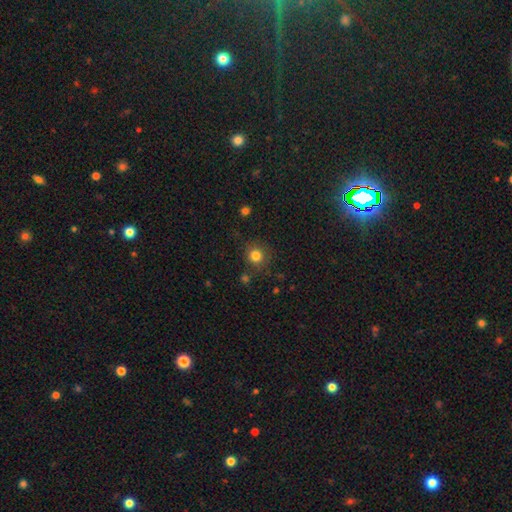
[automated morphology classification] Overall: smooth (82%). How rounded: round (91%). Merging: none (83%).